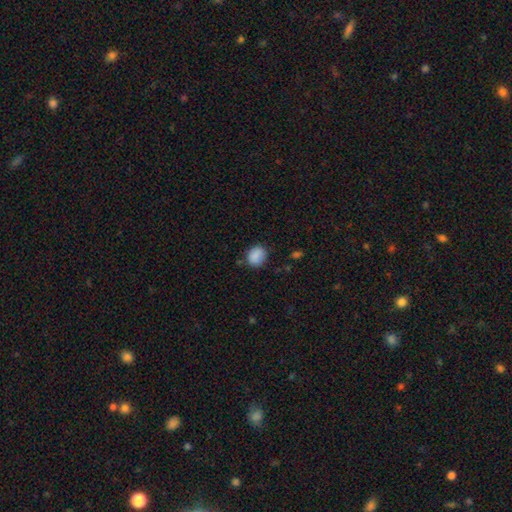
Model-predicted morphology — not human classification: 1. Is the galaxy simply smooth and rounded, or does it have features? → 88% smooth, 8% star or artifact, 4% featured or disk.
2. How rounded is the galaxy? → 59% round, 40% in between, 1% cigar-shaped.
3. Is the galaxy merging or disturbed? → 77% none, 17% minor disturbance, 4% major disturbance, 2% merger.